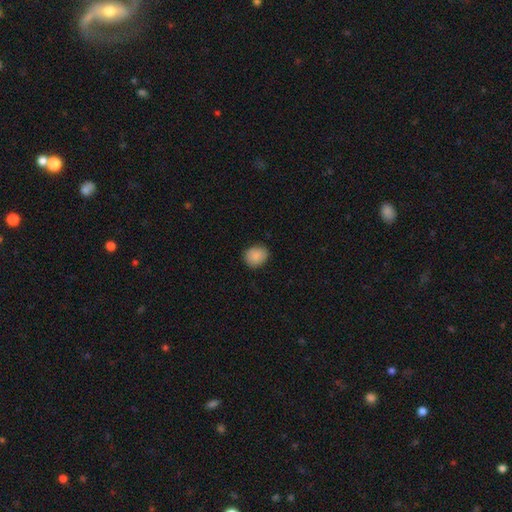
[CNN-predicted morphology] Smooth or featured? smooth (88%)
How rounded? round (67%)
Merging? none (86%)